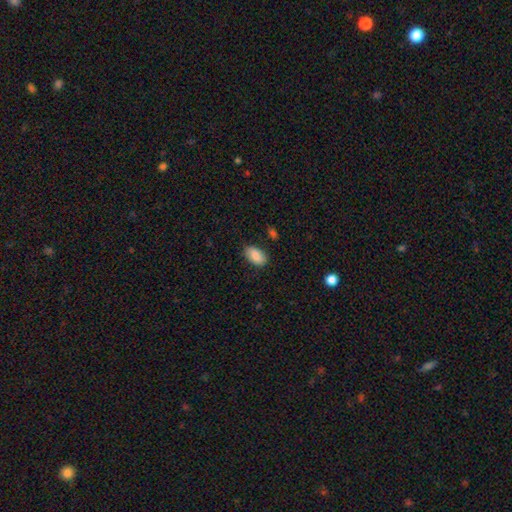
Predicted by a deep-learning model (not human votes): This is clearly a smooth galaxy (86%). How rounded: clearly in between (93%). Merging: clearly none (82%).